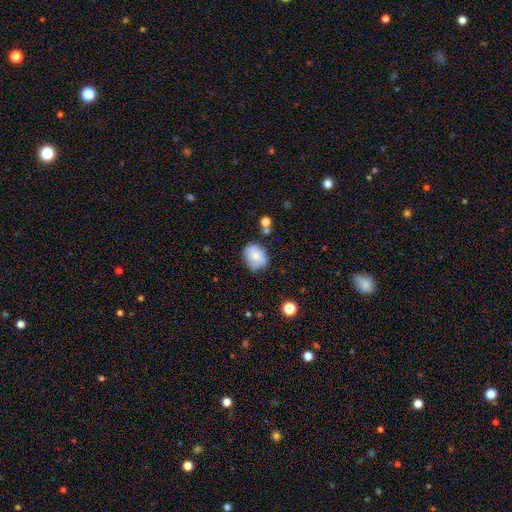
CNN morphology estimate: Q: Smooth or featured?
A: smooth (75%); runner-up: featured or disk (17%)
Q: How rounded?
A: in between (55%); runner-up: round (44%)
Q: Merging?
A: none (58%); runner-up: minor disturbance (28%)